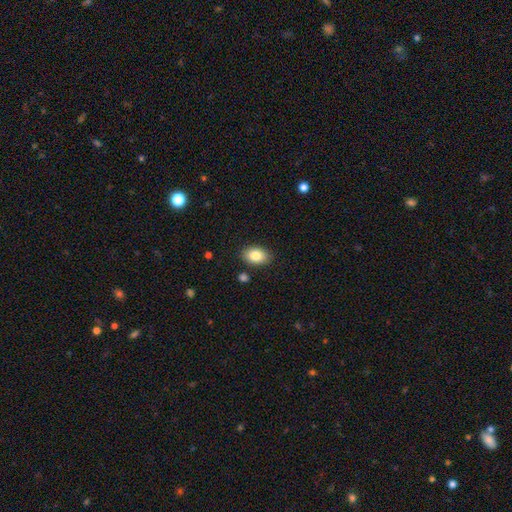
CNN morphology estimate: Smooth or featured? smooth (84%)
How rounded? in between (89%)
Merging? none (86%)